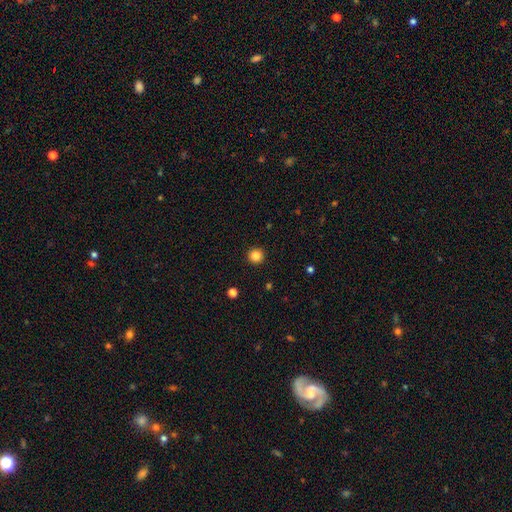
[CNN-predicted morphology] The model was most divided on "smooth or featured": smooth: 85%, star or artifact: 11%, featured or disk: 4%. More confident: how rounded — round (96%); merging — none (93%).